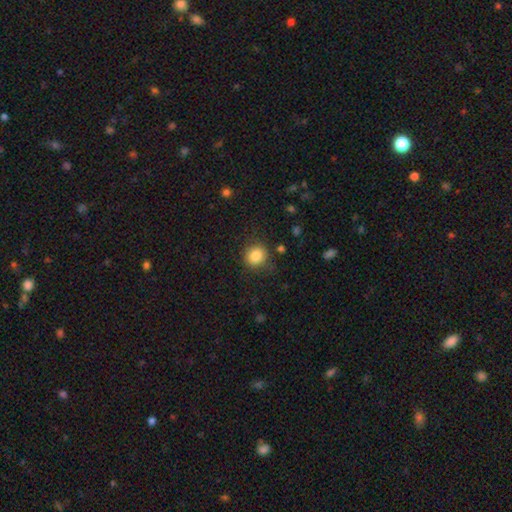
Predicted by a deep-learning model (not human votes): Overall: smooth (85%). How rounded: round (84%). Merging: none (82%).